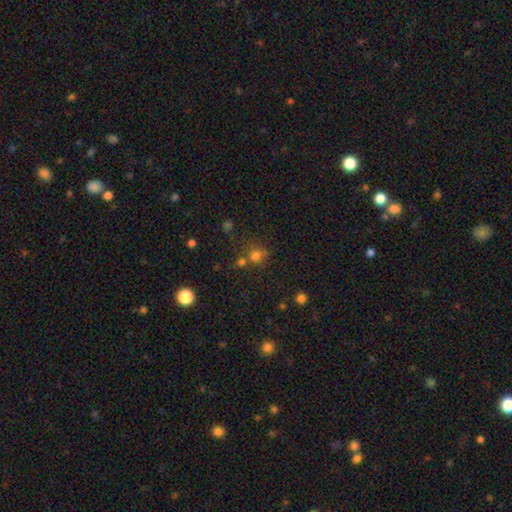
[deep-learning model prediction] Overall: smooth (72%). How rounded: round (81%). Merging: none (57%; merger 26%).